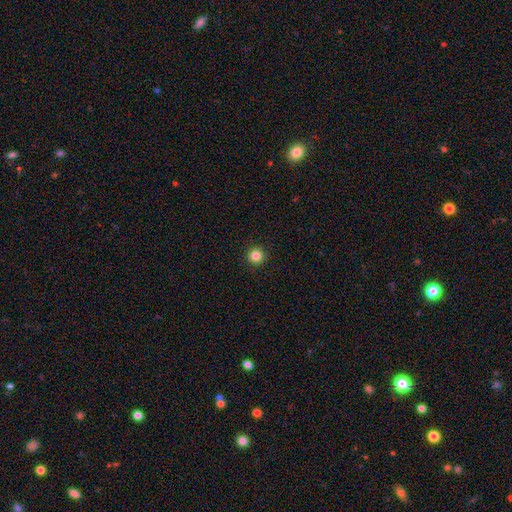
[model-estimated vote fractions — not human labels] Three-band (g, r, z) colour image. It shows a smooth galaxy with no disk features (84%) that is round (96%). Merging: none (93%).